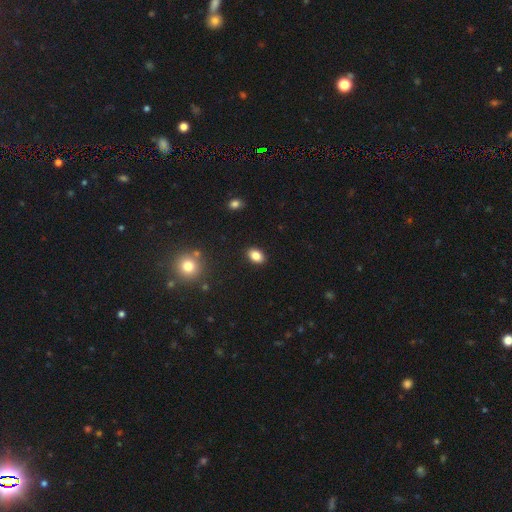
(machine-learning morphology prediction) Smooth or featured? Predicted: smooth (p=0.85). How rounded? Predicted: in between (p=0.82). Merging? Predicted: none (p=0.90).